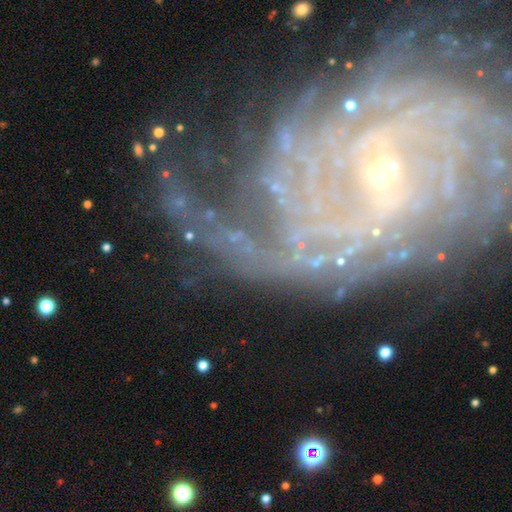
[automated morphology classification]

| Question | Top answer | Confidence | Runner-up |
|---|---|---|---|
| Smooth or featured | featured or disk | 84% | star or artifact (10%) |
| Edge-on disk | no | 96% | yes (4%) |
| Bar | no | 52% | weak (32%) |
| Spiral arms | yes | 94% | no (6%) |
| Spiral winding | tight | 64% | medium (26%) |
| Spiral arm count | can't tell | 31% | more than 4 (20%) |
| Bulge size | small | 84% | moderate (11%) |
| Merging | none | 59% | major disturbance (20%) |